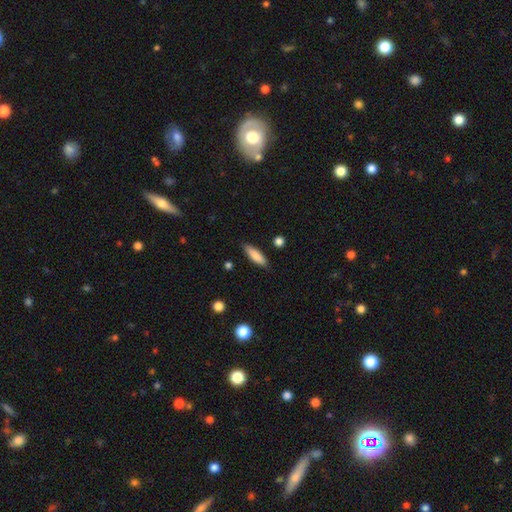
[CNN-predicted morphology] type=smooth (83%); roundness=cigar-shaped (56%); merging=none (86%).